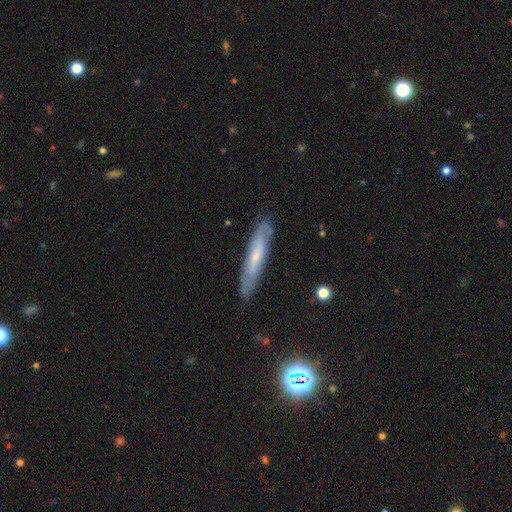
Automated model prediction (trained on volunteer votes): featured or disk 52%, smooth 41%, star or artifact 7%. Down the decision tree: edge-on disk — yes (61%); merging — none (83%).